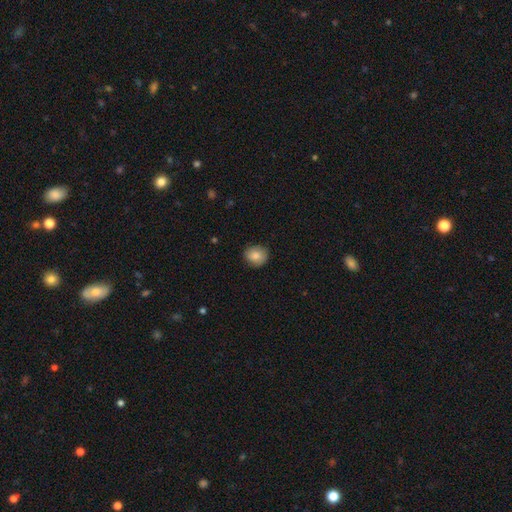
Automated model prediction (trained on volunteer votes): Q: Smooth or featured?
A: smooth (84%); runner-up: featured or disk (8%)
Q: How rounded?
A: round (72%); runner-up: in between (27%)
Q: Merging?
A: none (83%); runner-up: minor disturbance (14%)